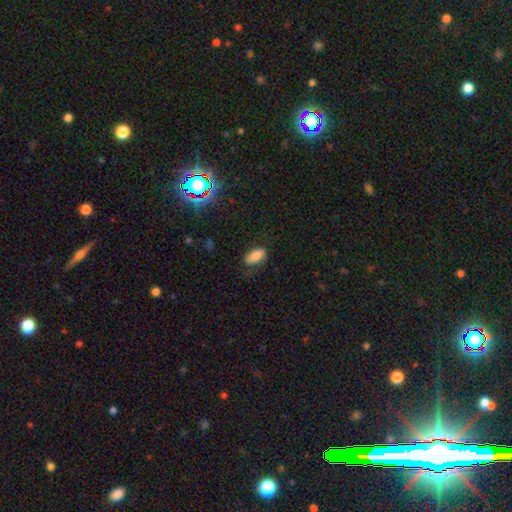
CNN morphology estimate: smooth-or-featured: smooth: 74% | featured or disk: 17% | star or artifact: 9%
  how-rounded: in between: 91% | round: 5% | cigar-shaped: 4%
  merging: none: 67% | minor disturbance: 23% | major disturbance: 9% | merger: 1%